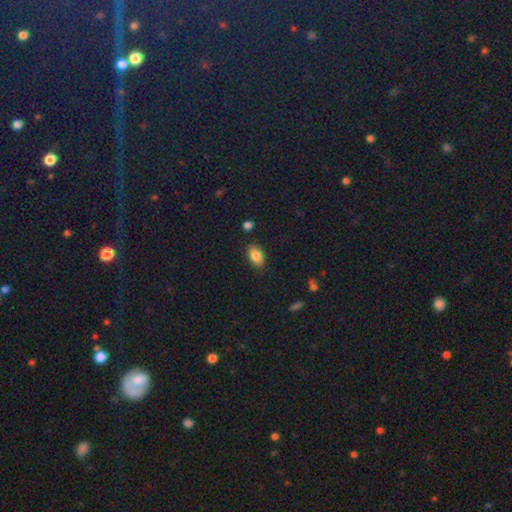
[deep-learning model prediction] Morphology: type=smooth (85%); roundness=in between (89%); merging=none (83%).